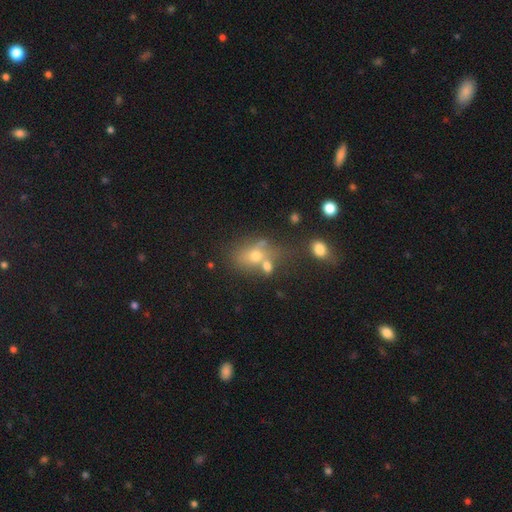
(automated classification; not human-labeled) Smooth or featured? Predicted: smooth (p=0.61). How rounded? Predicted: in between (p=0.55). Merging? Predicted: merger (p=0.39, tied with none).